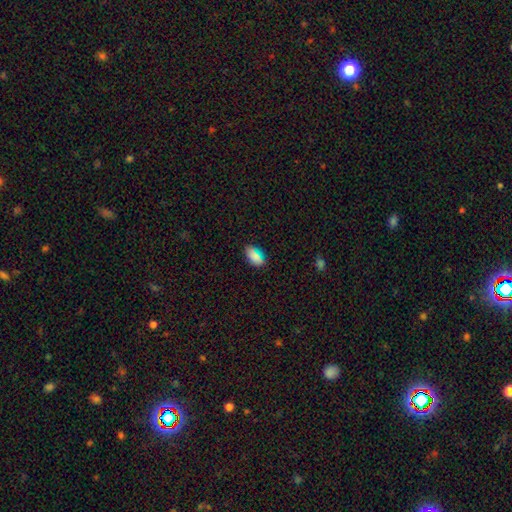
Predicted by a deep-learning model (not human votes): This is likely a smooth galaxy (80%). How rounded: clearly in between (92%). Merging: clearly none (83%).